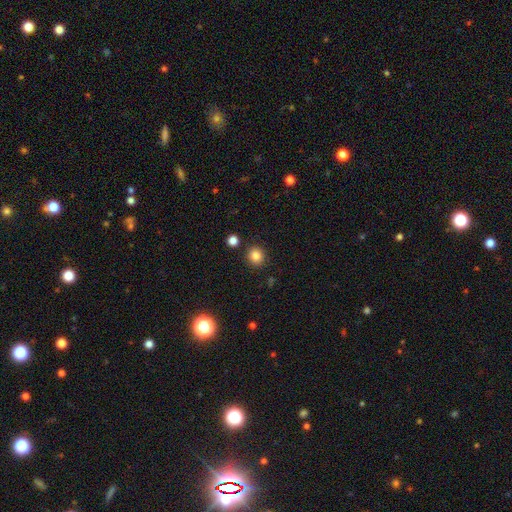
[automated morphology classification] Smooth or featured? smooth (84%)
How rounded? round (88%)
Merging? none (88%)